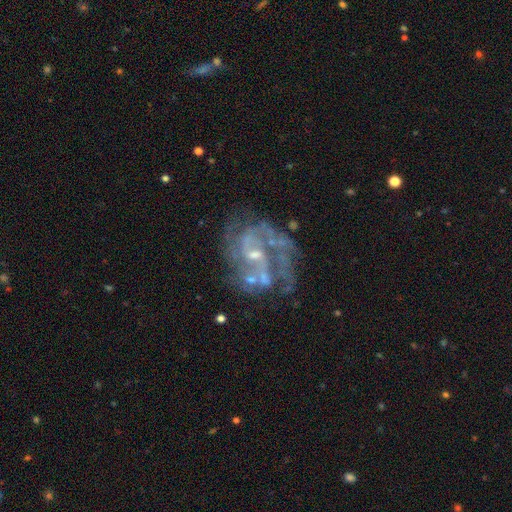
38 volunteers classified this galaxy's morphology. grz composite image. It shows a featured or disk galaxy (87%) with a weak bar (67%), 2 (52%) tight (41%) spiral arms (82%) and a small central bulge (55%). Merging: none (43%).